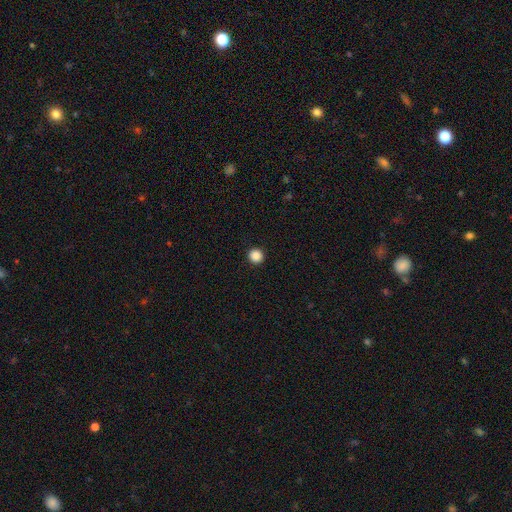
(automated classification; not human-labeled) Smooth or featured? smooth (87%)
How rounded? round (96%)
Merging? none (94%)